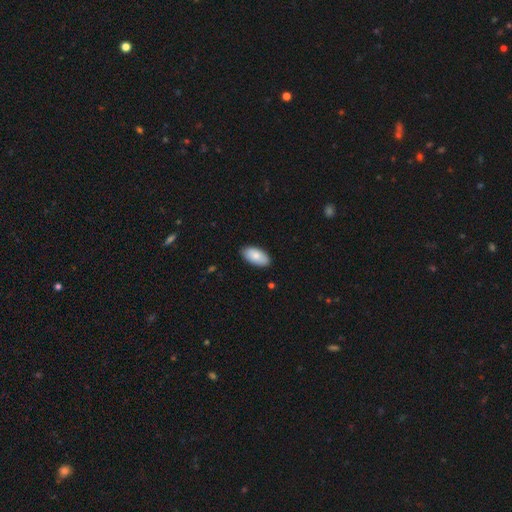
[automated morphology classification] Smooth or featured: smooth — 83% (featured or disk — 11%)
How rounded: in between — 95% (cigar-shaped — 3%)
Merging: none — 87% (minor disturbance — 10%)